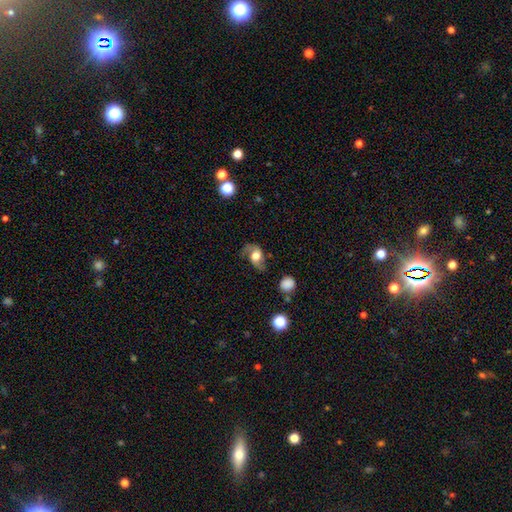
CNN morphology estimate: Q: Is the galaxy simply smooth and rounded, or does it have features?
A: featured or disk — 57%.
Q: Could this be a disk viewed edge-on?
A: no — 95%.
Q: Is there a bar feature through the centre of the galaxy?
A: no — 64%.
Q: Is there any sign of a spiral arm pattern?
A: yes — 85%.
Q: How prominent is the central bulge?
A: moderate — 49%.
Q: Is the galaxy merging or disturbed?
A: none — 53%.